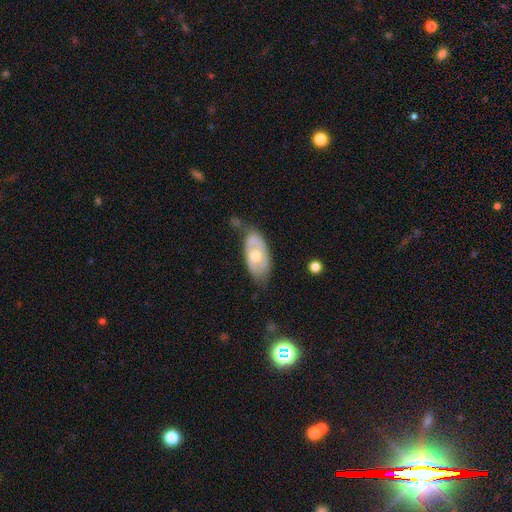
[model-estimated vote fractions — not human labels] A featured or disk galaxy (52%). Merging: none (56%).